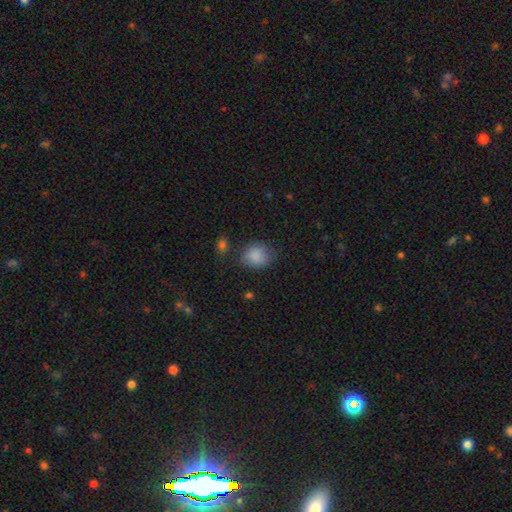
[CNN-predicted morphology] smooth_or_featured: smooth (p=0.86) [alt: star or artifact p=0.09]
how_rounded: round (p=0.65) [alt: in between p=0.34]
merging: none (p=0.70) [alt: minor disturbance p=0.21]